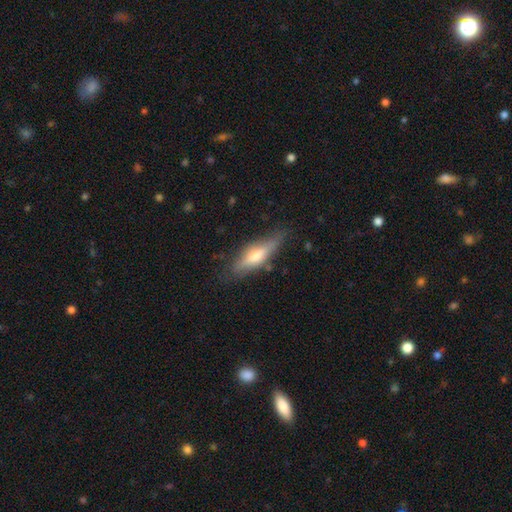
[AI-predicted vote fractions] Q: Smooth or featured?
A: featured or disk (47%); runner-up: smooth (46%)
Q: Merging?
A: none (76%); runner-up: minor disturbance (18%)